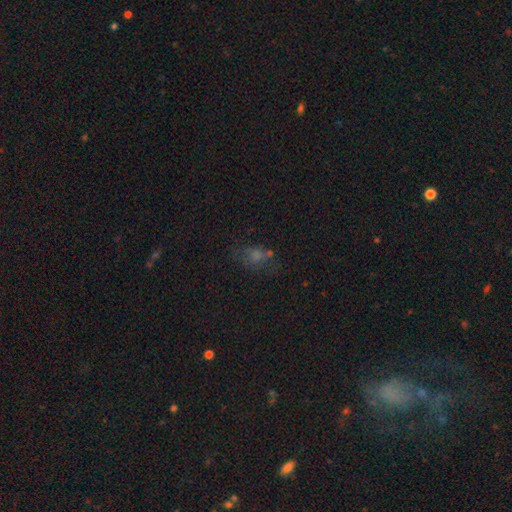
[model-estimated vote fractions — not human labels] A smooth galaxy with no disk features (51%) that is in between round and cigar-shaped (62%). Merging: none (57%).